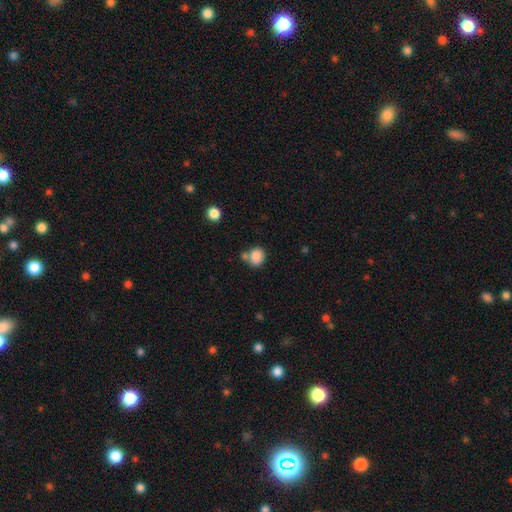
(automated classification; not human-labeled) smooth-or-featured: smooth: 85% | star or artifact: 9% | featured or disk: 6%
  how-rounded: round: 71% | in between: 28% | cigar-shaped: 1%
  merging: none: 58% | merger: 24% | minor disturbance: 13% | major disturbance: 4%